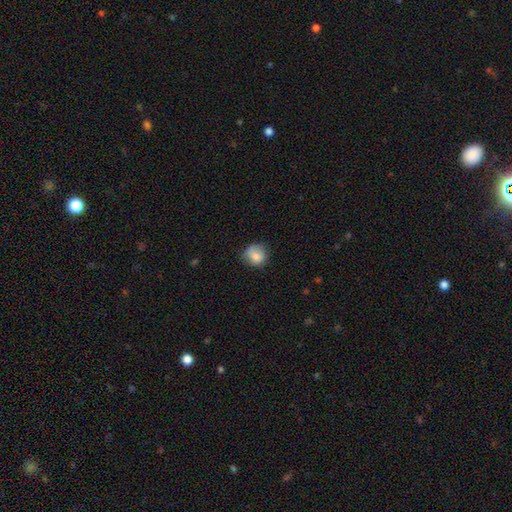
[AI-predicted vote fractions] Smooth or featured? smooth (81%)
How rounded? round (84%)
Merging? none (72%)